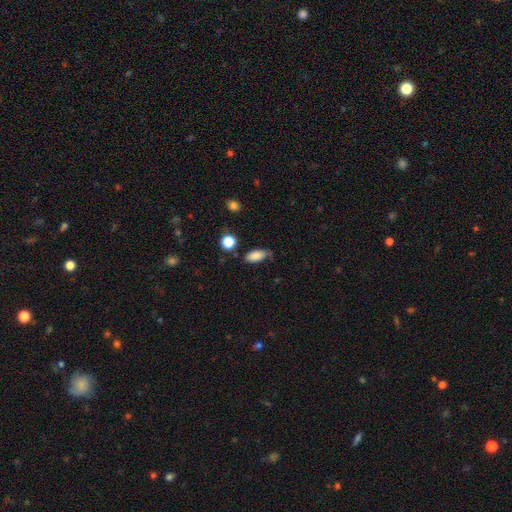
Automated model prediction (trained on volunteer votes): Smooth or featured?
  - smooth: 83% *
  - star or artifact: 9%
  - featured or disk: 8%
How rounded?
  - in between: 87% *
  - cigar-shaped: 8%
  - round: 4%
Merging?
  - none: 61% *
  - minor disturbance: 28%
  - major disturbance: 8%
  - merger: 4%